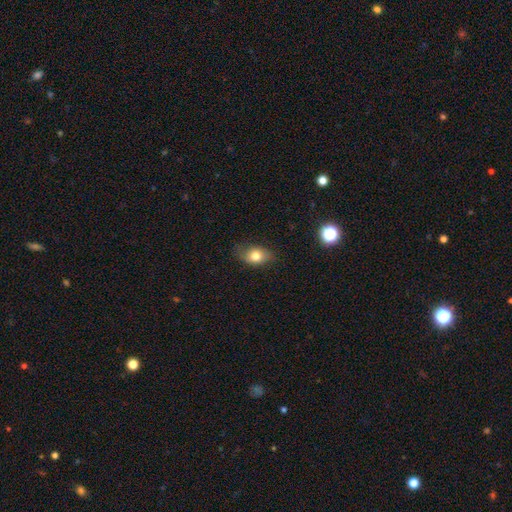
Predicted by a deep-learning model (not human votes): Smooth or featured? Predicted: smooth (p=0.76). How rounded? Predicted: in between (p=0.80). Merging? Predicted: none (p=0.75).